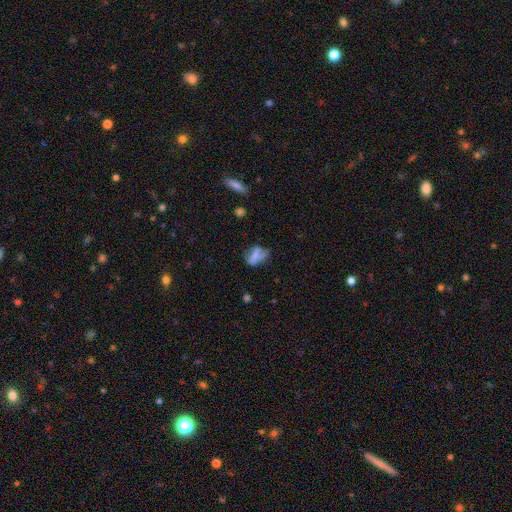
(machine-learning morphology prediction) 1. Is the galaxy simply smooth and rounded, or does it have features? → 54% smooth, 33% featured or disk, 13% star or artifact.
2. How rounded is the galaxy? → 72% in between, 16% round, 12% cigar-shaped.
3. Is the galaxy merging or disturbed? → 44% none, 28% minor disturbance, 21% major disturbance, 7% merger.